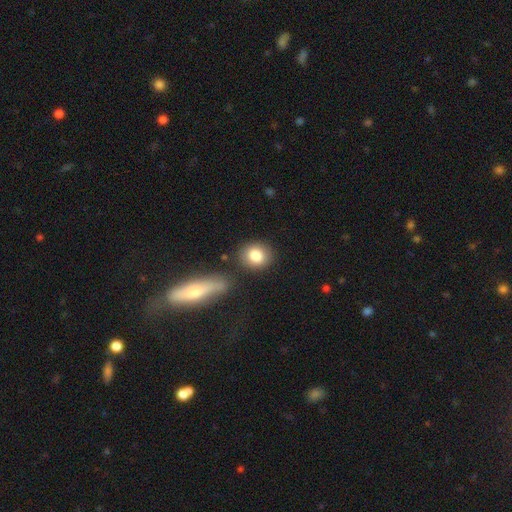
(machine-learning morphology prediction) Overall: smooth (84%). How rounded: round (67%; in between 32%). Merging: none (78%).